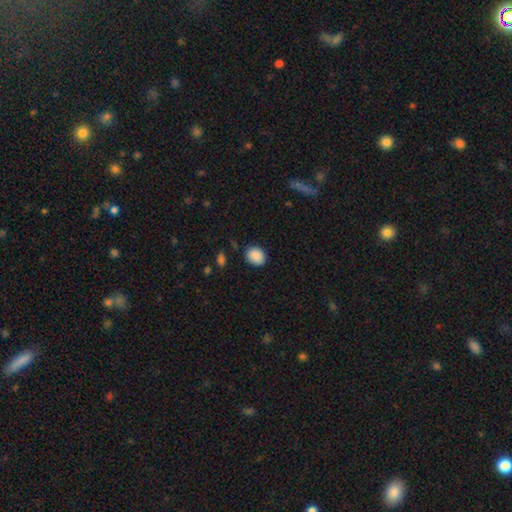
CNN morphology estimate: The model was most divided on "how rounded": round: 58%, in between: 41%, cigar-shaped: 1%. More confident: smooth or featured — smooth (89%); merging — none (85%).